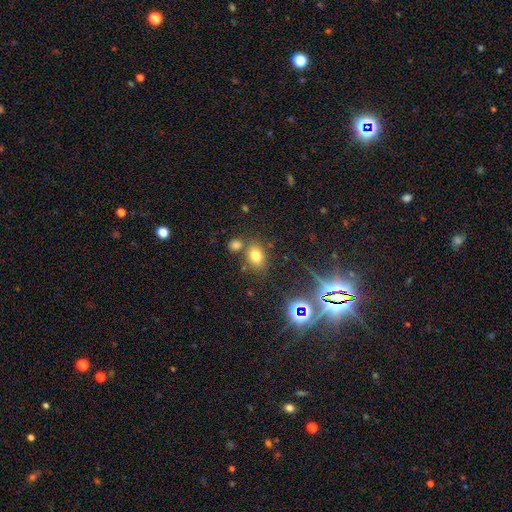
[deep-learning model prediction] smooth-or-featured: smooth: 72% | star or artifact: 18% | featured or disk: 10%
  how-rounded: in between: 67% | round: 32% | cigar-shaped: 1%
  merging: none: 69% | merger: 16% | minor disturbance: 11% | major disturbance: 4%